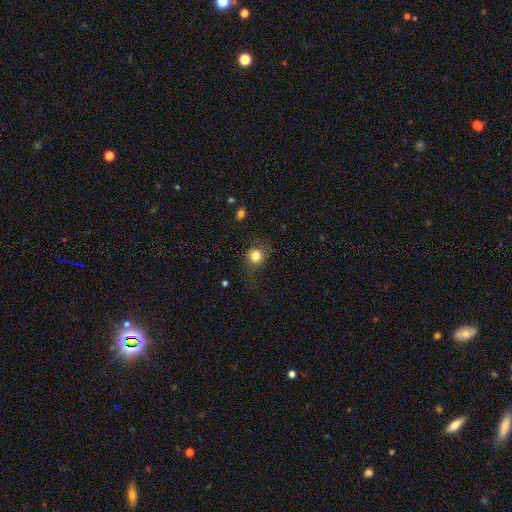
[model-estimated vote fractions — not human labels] Smooth or featured? smooth (80%)
How rounded? round (83%)
Merging? none (71%)